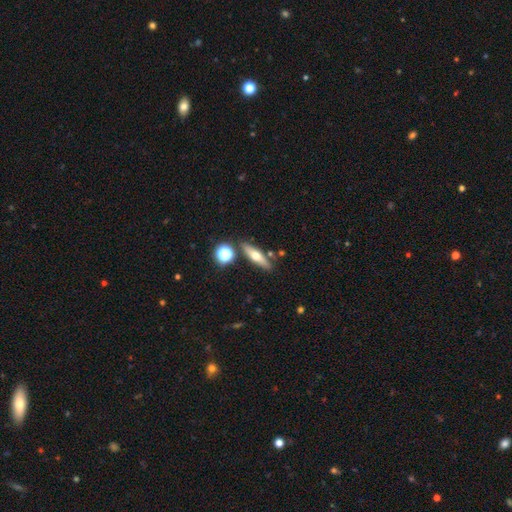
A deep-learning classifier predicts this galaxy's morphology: A smooth galaxy with no disk features (47%). Merging: none (81%).